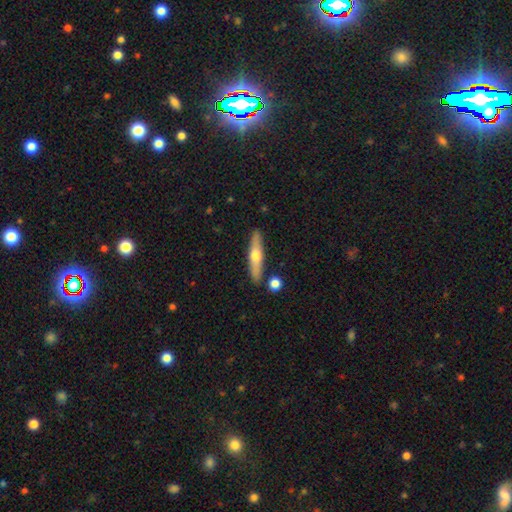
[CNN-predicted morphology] This appears to be a featured or disk galaxy (51%) viewed edge-on (90%). Merging: none (86%).